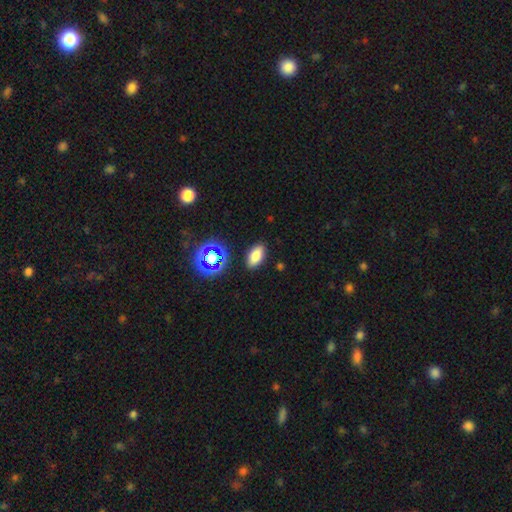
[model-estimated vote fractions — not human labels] Smooth or featured?
  - smooth: 76% *
  - star or artifact: 15%
  - featured or disk: 8%
How rounded?
  - in between: 89% *
  - round: 6%
  - cigar-shaped: 5%
Merging?
  - none: 88% *
  - minor disturbance: 8%
  - major disturbance: 2%
  - merger: 2%